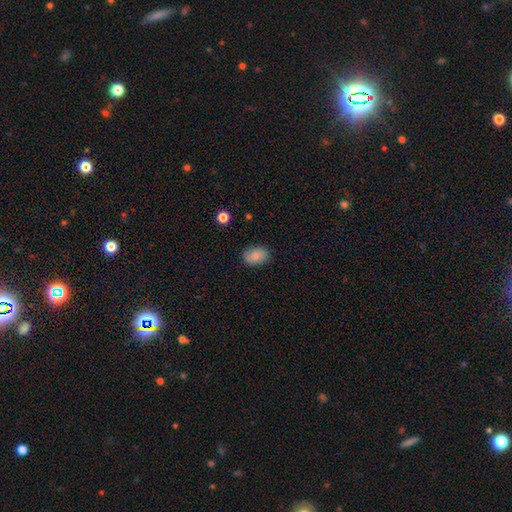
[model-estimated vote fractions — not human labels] Morphology: type=smooth (85%); roundness=in between (80%); merging=none (84%).